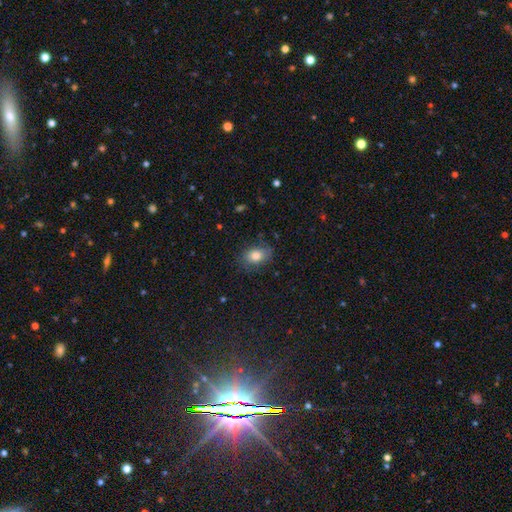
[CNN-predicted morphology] smooth 79%, featured or disk 12%, star or artifact 9%. Down the decision tree: how rounded — in between (77%); merging — none (77%).